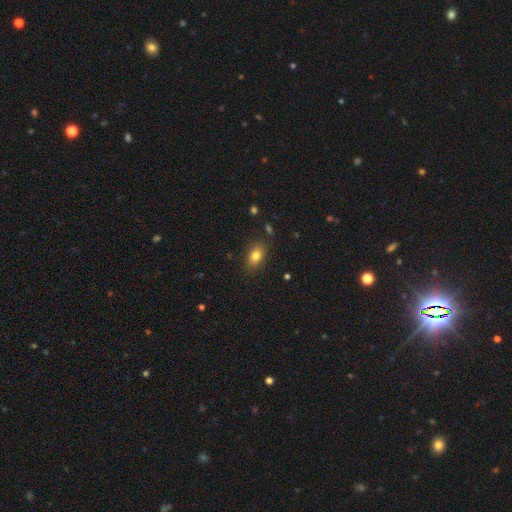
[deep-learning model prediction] Smooth or featured?
  - smooth: 80% *
  - star or artifact: 10%
  - featured or disk: 10%
How rounded?
  - in between: 82% *
  - round: 15%
  - cigar-shaped: 3%
Merging?
  - none: 85% *
  - minor disturbance: 11%
  - major disturbance: 3%
  - merger: 2%